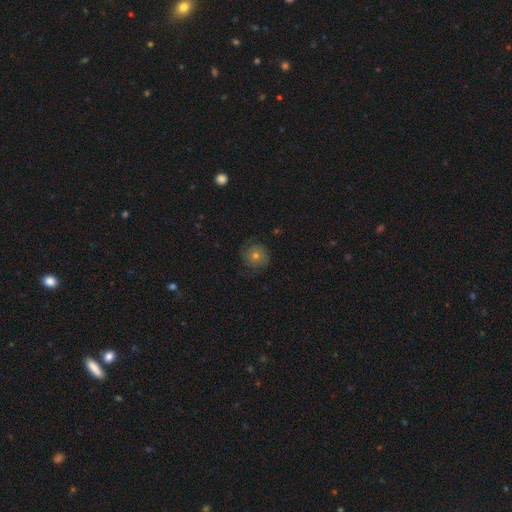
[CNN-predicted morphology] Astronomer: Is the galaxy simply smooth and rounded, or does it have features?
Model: smooth — 49% (runner-up: featured or disk, 36%).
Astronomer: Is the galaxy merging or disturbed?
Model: none — 81%.